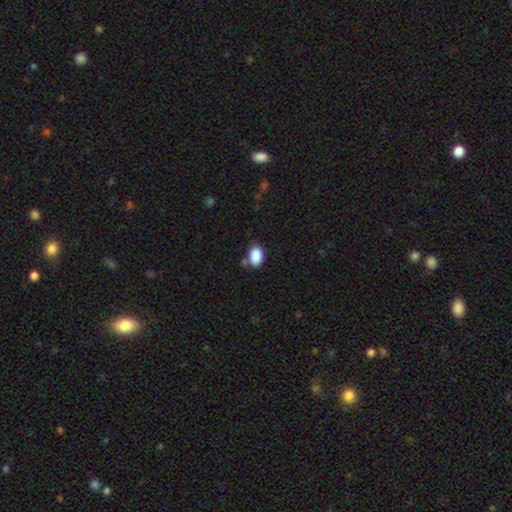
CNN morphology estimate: This is clearly a smooth galaxy (89%). How rounded: clearly in between (84%). Merging: likely none (70%).